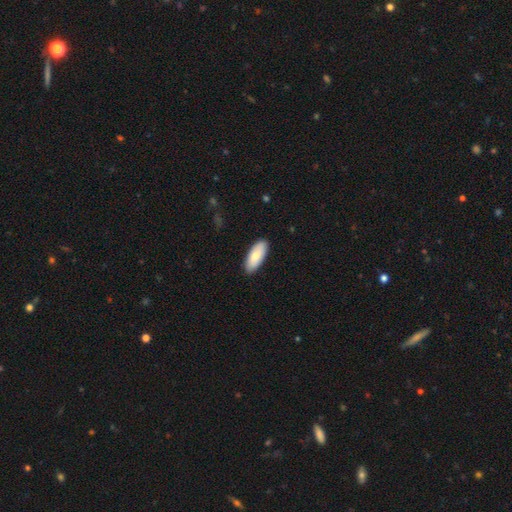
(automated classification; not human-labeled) A smooth galaxy with no disk features (77%) that is in between round and cigar-shaped (82%).

Vote fractions:
- Smooth or featured? smooth: 77% / featured or disk: 18% / star or artifact: 5%
- How rounded? in between: 82% / cigar-shaped: 16% / round: 2%
- Merging? none: 89% / minor disturbance: 8% / major disturbance: 2% / merger: 1%